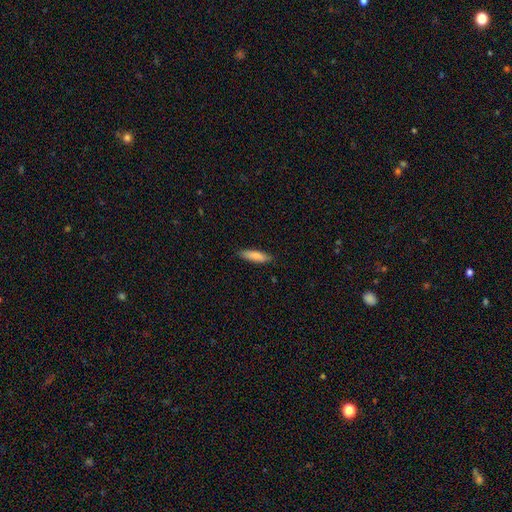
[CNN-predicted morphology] Smooth or featured: smooth — 82% (featured or disk — 12%)
How rounded: cigar-shaped — 68% (in between — 31%)
Merging: none — 86% (minor disturbance — 11%)